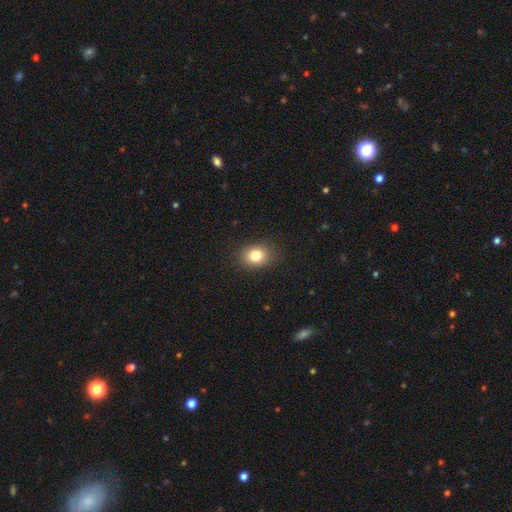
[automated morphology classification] Q: Smooth or featured?
A: smooth (81%); runner-up: star or artifact (11%)
Q: How rounded?
A: round (51%); runner-up: in between (48%)
Q: Merging?
A: none (87%); runner-up: minor disturbance (9%)